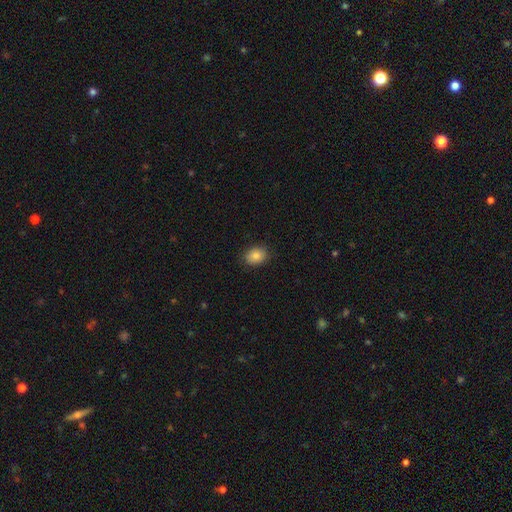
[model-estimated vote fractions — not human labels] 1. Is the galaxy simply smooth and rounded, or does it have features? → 85% smooth, 9% star or artifact, 6% featured or disk.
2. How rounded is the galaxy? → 63% in between, 36% round, 1% cigar-shaped.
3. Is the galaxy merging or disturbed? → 87% none, 10% minor disturbance, 2% major disturbance, 1% merger.